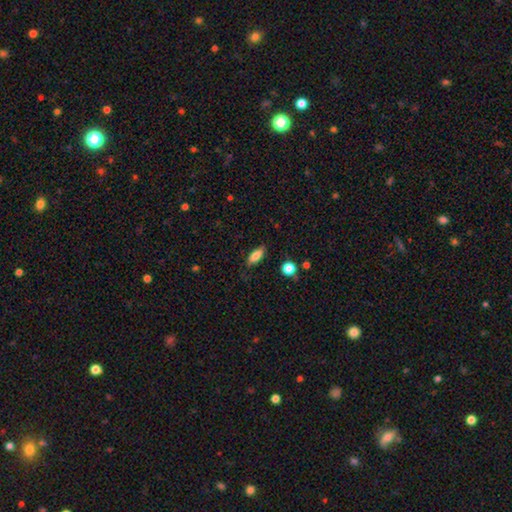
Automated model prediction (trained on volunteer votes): smooth 79%, featured or disk 14%, star or artifact 8%. Down the decision tree: how rounded — in between (73%); merging — none (80%).